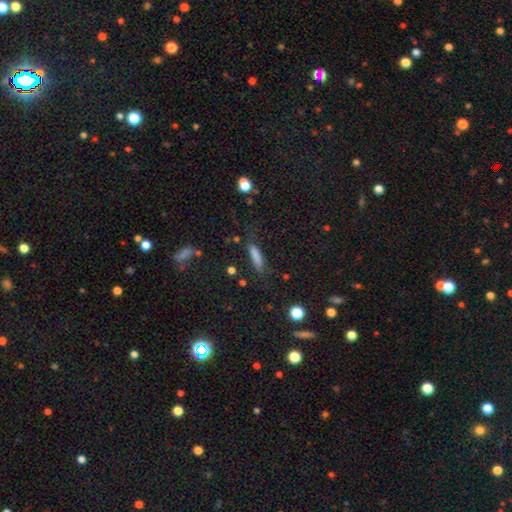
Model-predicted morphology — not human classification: This appears to be a smooth galaxy with no disk features (79%) that is cigar-shaped (69%). Merging: none (63%).